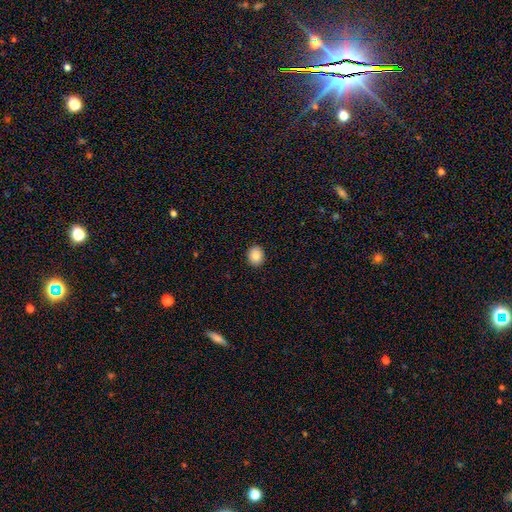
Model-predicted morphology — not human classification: smooth-or-featured: smooth: 86% | star or artifact: 9% | featured or disk: 5%
  how-rounded: round: 71% | in between: 28% | cigar-shaped: 1%
  merging: none: 92% | minor disturbance: 6% | major disturbance: 2% | merger: 1%